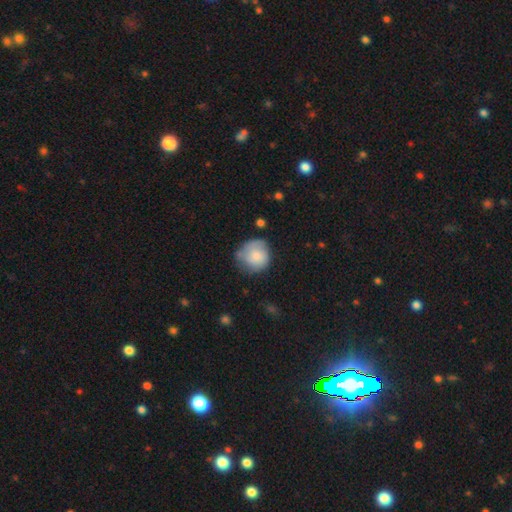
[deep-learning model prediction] This appears to be a smooth galaxy with no disk features (76%) that is round (86%). Merging: none (54%).